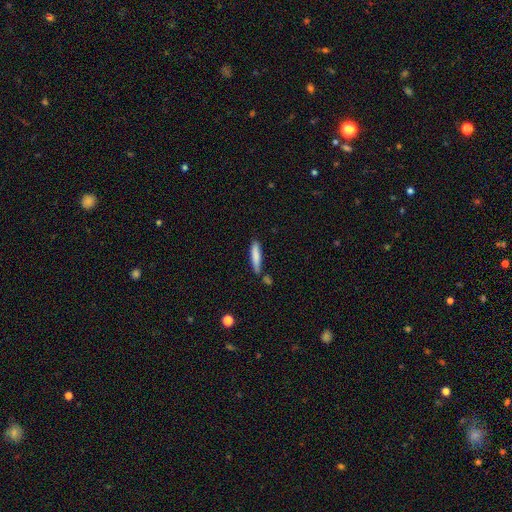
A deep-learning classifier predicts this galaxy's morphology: smooth-or-featured: smooth: 81% | featured or disk: 12% | star or artifact: 6%
  how-rounded: cigar-shaped: 84% | in between: 14% | round: 1%
  merging: none: 70% | minor disturbance: 17% | merger: 9% | major disturbance: 4%